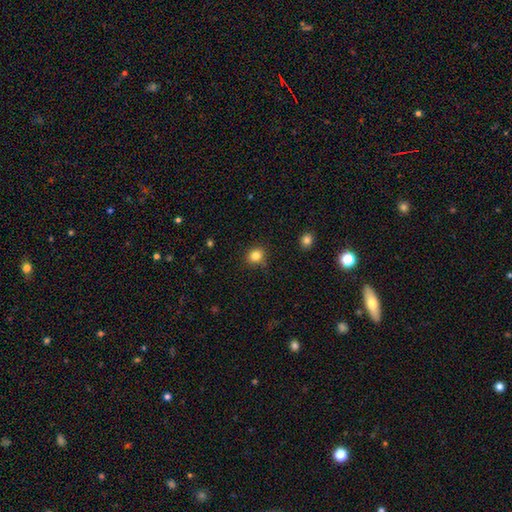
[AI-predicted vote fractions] The model was most divided on "how rounded": round: 75%, in between: 24%, cigar-shaped: 1%. More confident: smooth or featured — smooth (84%); merging — none (83%).